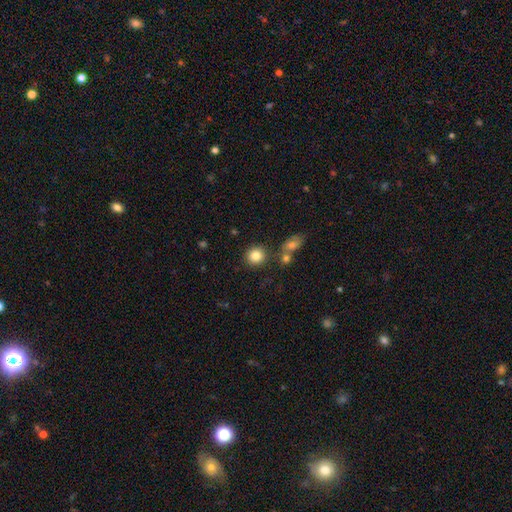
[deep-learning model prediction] Smooth or featured?
  - smooth: 84% *
  - star or artifact: 10%
  - featured or disk: 6%
How rounded?
  - round: 89% *
  - in between: 10%
  - cigar-shaped: 1%
Merging?
  - none: 79% *
  - merger: 9%
  - minor disturbance: 8%
  - major disturbance: 3%